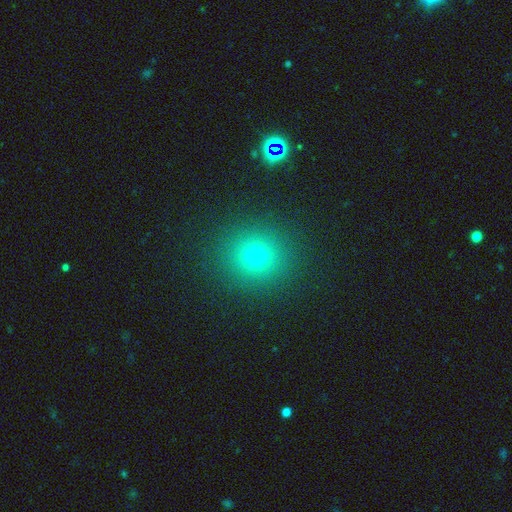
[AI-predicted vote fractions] smooth 72%, star or artifact 20%, featured or disk 8%. Down the decision tree: how rounded — round (89%); merging — none (90%).